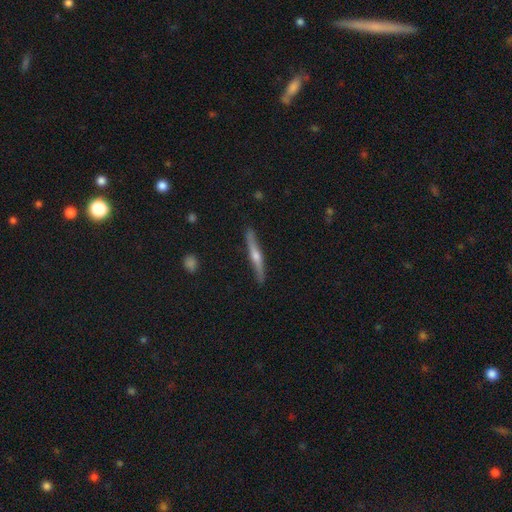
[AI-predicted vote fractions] Q: Smooth or featured?
A: featured or disk (68%); runner-up: smooth (27%)
Q: Edge-on disk?
A: yes (96%); runner-up: no (4%)
Q: Edge-on bulge?
A: rounded (86%); runner-up: none (9%)
Q: Merging?
A: none (87%); runner-up: minor disturbance (10%)